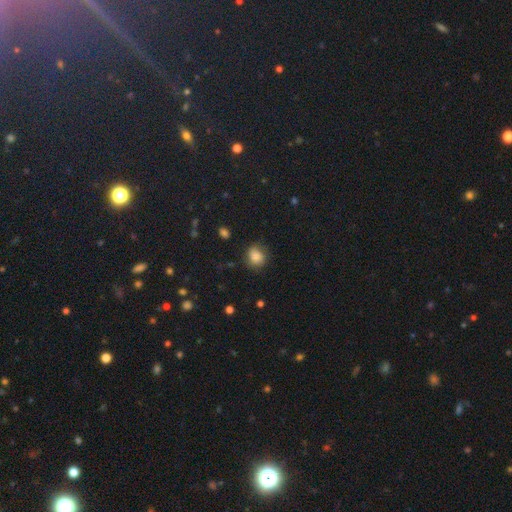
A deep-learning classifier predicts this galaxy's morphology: This is clearly a smooth galaxy (83%). How rounded: likely round (67%). Merging: likely none (72%).